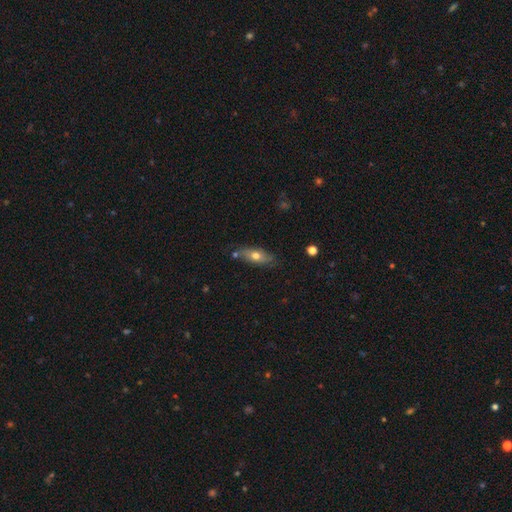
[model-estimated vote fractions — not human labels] Smooth or featured?
  - smooth: 63% *
  - featured or disk: 30%
  - star or artifact: 8%
How rounded?
  - in between: 72% *
  - cigar-shaped: 23%
  - round: 5%
Merging?
  - none: 71% *
  - minor disturbance: 19%
  - merger: 6%
  - major disturbance: 4%